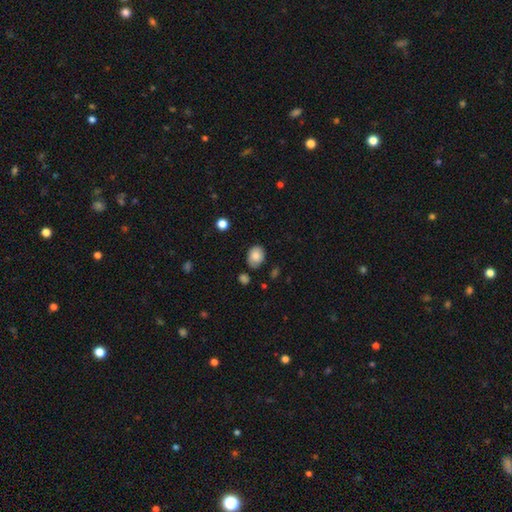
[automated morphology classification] Smooth or featured? Predicted: smooth (p=0.82). How rounded? Predicted: in between (p=0.69). Merging? Predicted: none (p=0.74).